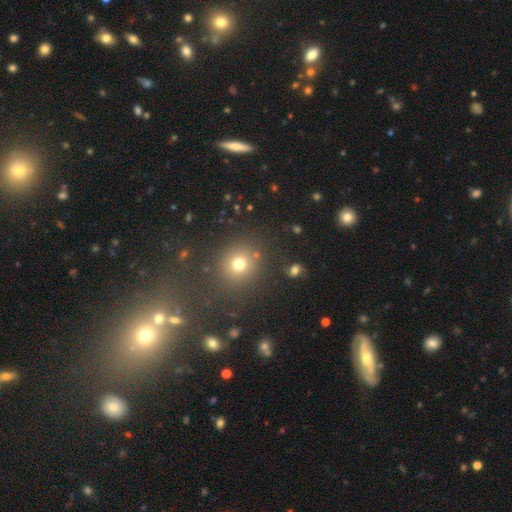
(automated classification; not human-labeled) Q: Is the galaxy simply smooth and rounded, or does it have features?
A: smooth — 53%.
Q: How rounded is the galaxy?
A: round — 80%.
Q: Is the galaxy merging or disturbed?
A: none — 82%.